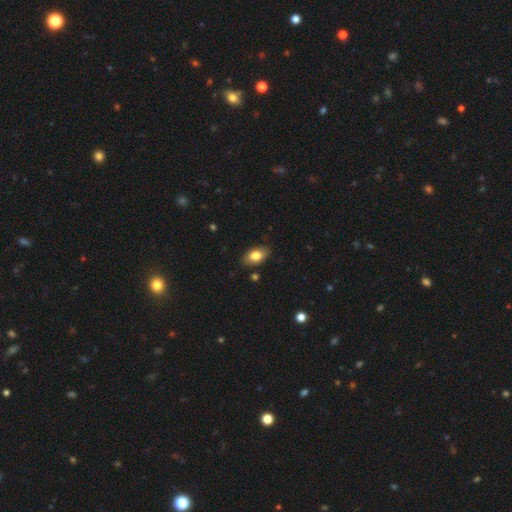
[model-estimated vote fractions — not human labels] A smooth galaxy with no disk features (80%) that is in between round and cigar-shaped (90%). Merging: none (85%).